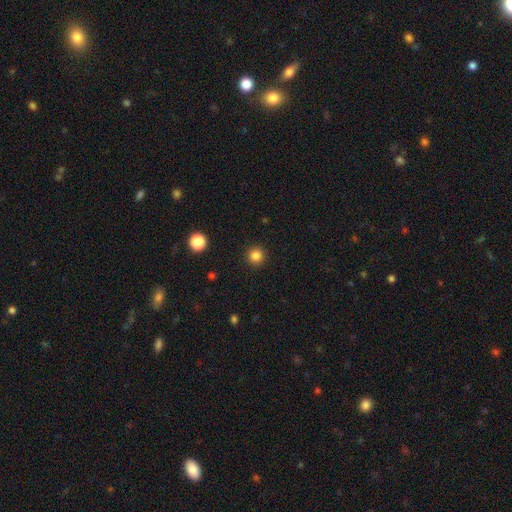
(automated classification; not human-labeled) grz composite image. It shows a smooth galaxy with no disk features (83%) that is round (96%). Merging: none (93%).